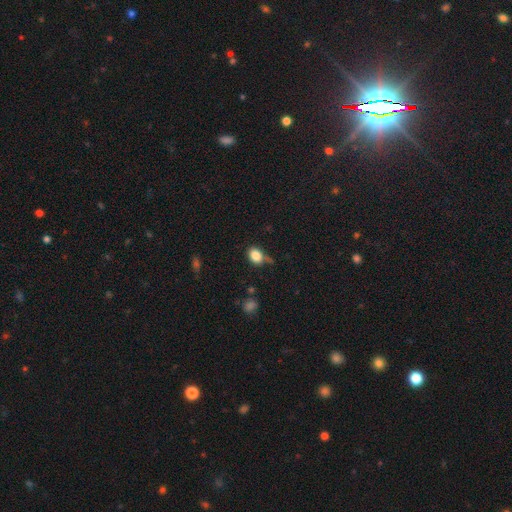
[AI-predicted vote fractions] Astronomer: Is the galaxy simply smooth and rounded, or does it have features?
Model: smooth — 84%.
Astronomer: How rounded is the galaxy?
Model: in between — 62% (runner-up: round, 37%).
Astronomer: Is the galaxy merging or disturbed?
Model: none — 59%.